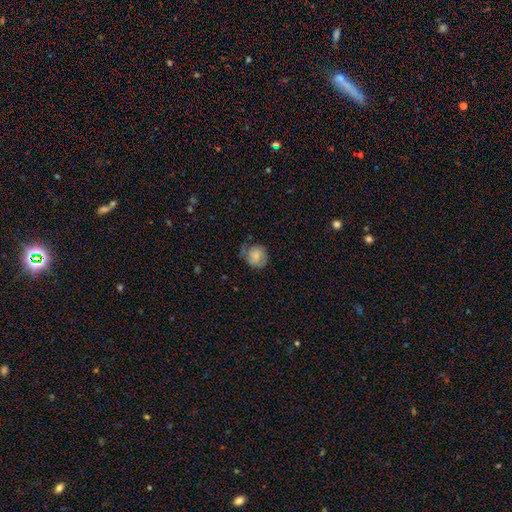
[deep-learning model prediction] The model was most divided on "merging": none: 51%, minor disturbance: 32%, major disturbance: 16%, merger: 2%. More confident: how rounded — round (73%); smooth or featured — smooth (62%).